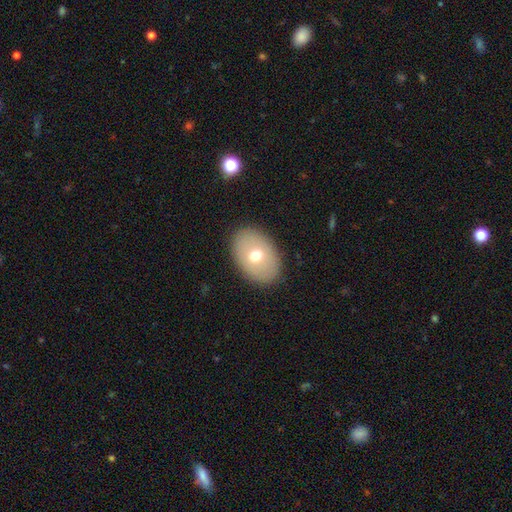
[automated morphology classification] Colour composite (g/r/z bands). It shows a smooth galaxy with no disk features (66%) that is in between round and cigar-shaped (80%). Merging: none (88%).